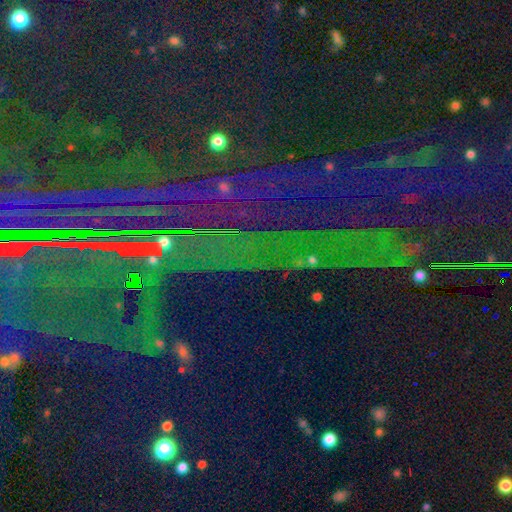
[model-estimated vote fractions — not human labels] Overall: star or artifact (84%).